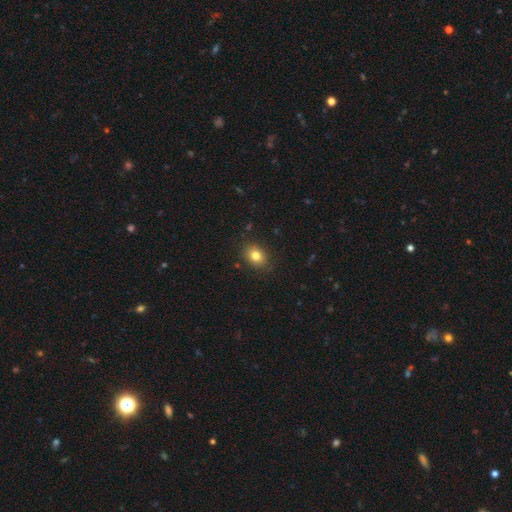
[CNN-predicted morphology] This is clearly a smooth galaxy (80%). How rounded: possibly in between (51%). Merging: clearly none (87%).